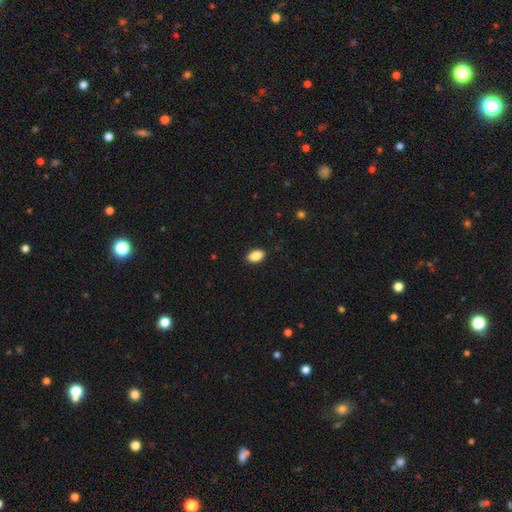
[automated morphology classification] Smooth or featured: smooth — 88% (star or artifact — 8%)
How rounded: in between — 90% (round — 8%)
Merging: none — 90% (minor disturbance — 7%)